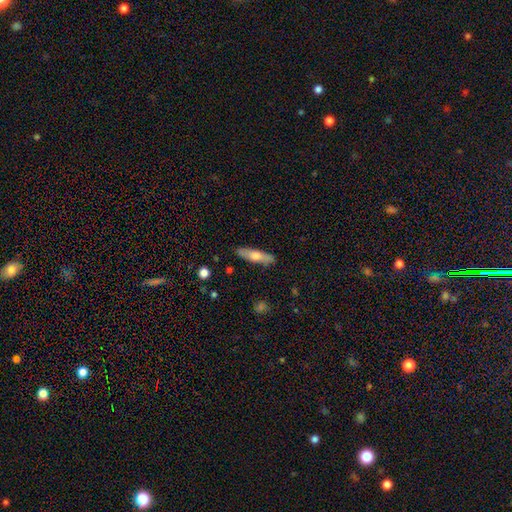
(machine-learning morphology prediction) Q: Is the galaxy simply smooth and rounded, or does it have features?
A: smooth — 59%.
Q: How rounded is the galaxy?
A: cigar-shaped — 70%.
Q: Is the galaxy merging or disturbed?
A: none — 86%.